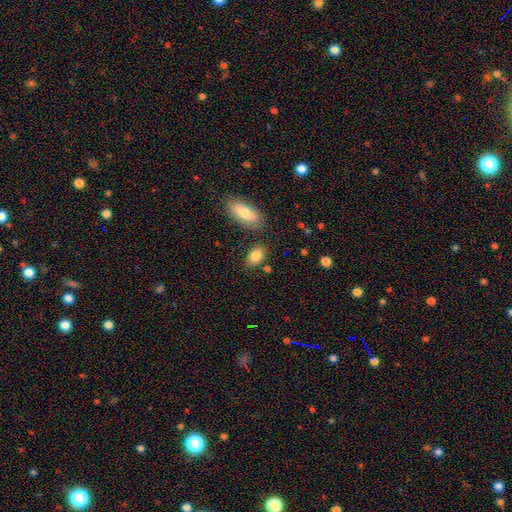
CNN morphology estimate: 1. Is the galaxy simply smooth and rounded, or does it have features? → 84% smooth, 8% featured or disk, 8% star or artifact.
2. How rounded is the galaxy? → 84% in between, 13% round, 3% cigar-shaped.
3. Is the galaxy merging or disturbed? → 77% none, 12% minor disturbance, 7% merger, 3% major disturbance.